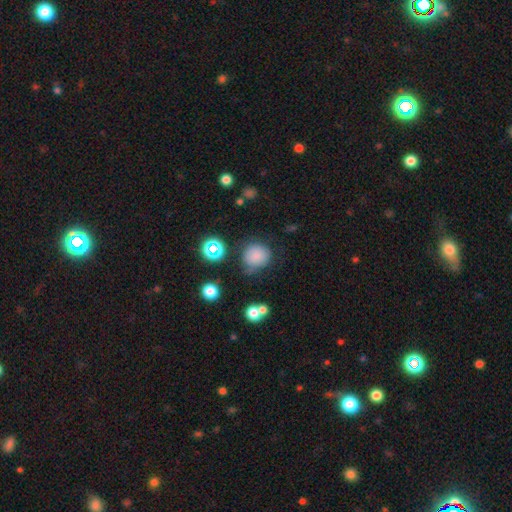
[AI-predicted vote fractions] smooth_or_featured: smooth (p=0.77) [alt: star or artifact p=0.15]
how_rounded: round (p=0.85) [alt: in between p=0.14]
merging: none (p=0.65) [alt: minor disturbance p=0.22]